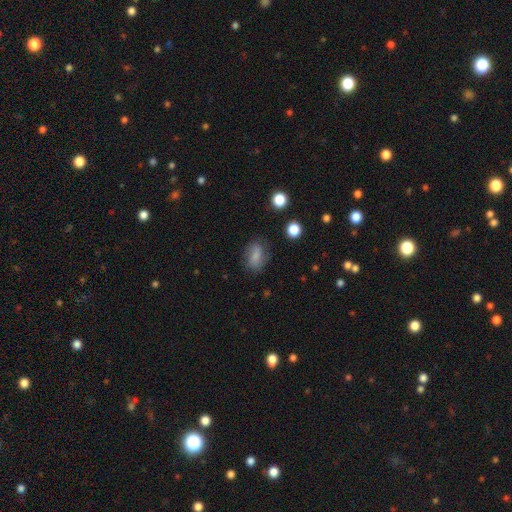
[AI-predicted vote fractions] This is likely a smooth galaxy (72%). How rounded: clearly in between (81%). Merging: likely none (71%).